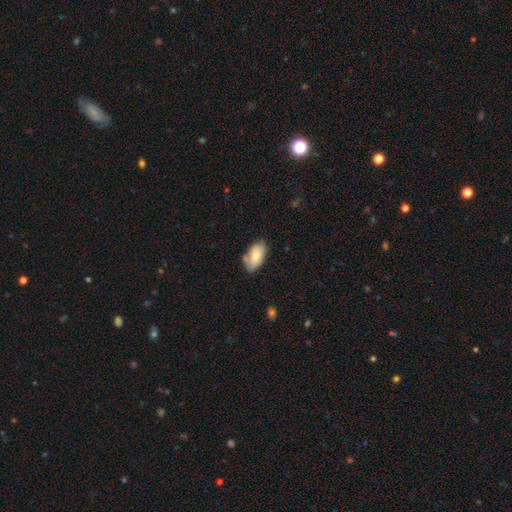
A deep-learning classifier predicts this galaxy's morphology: This appears to be a smooth galaxy with no disk features (74%) that is in between round and cigar-shaped (94%). Merging: none (65%).